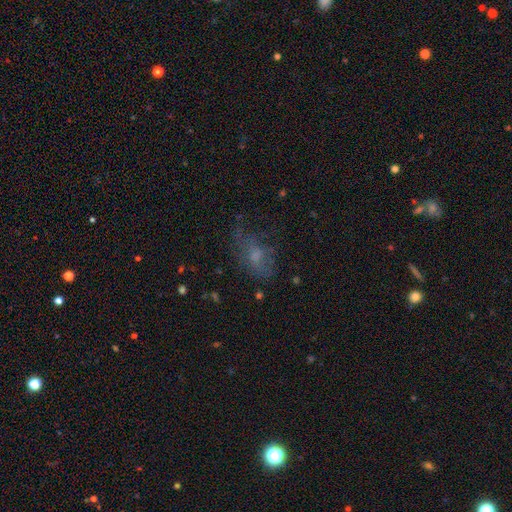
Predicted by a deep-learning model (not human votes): Smooth or featured? Predicted: smooth (p=0.49). Merging? Predicted: none (p=0.46).